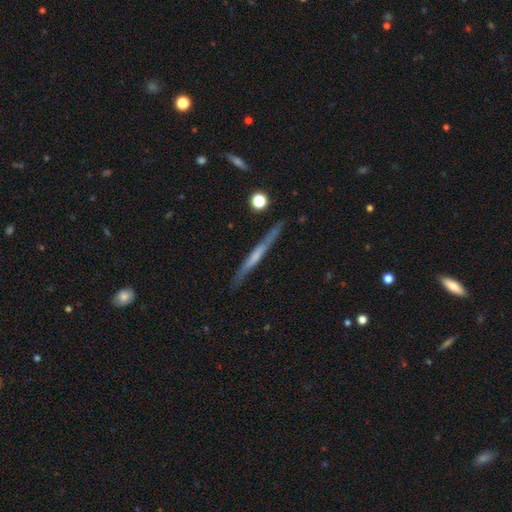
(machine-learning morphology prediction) A featured or disk galaxy (58%) viewed edge-on (95%) with no central bulge (73%). Merging: none (85%).